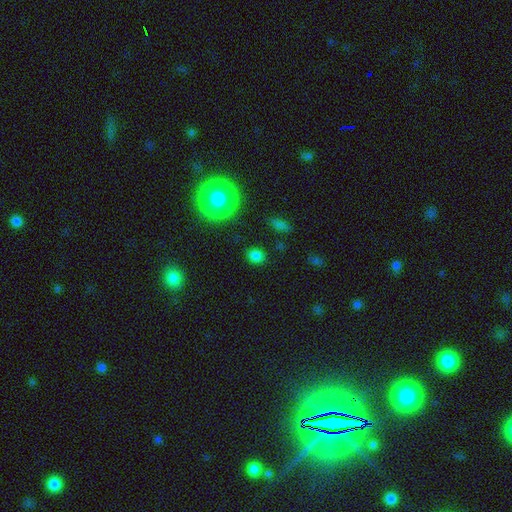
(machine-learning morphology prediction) Overall: smooth (75%). How rounded: round (63%; in between 36%). Merging: none (86%).